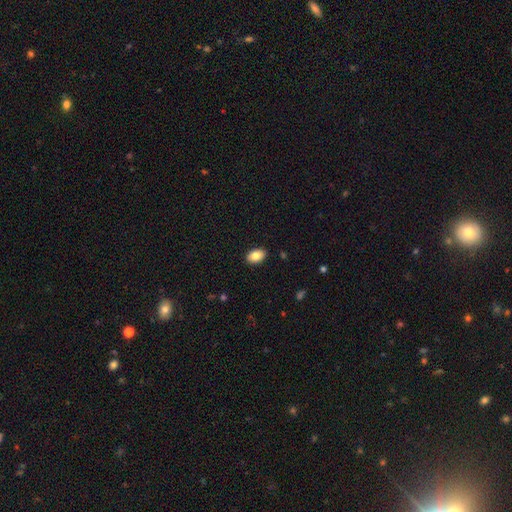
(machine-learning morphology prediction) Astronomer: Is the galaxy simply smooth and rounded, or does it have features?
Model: smooth — 85%.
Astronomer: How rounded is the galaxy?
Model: in between — 89%.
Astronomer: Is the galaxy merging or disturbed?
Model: none — 89%.